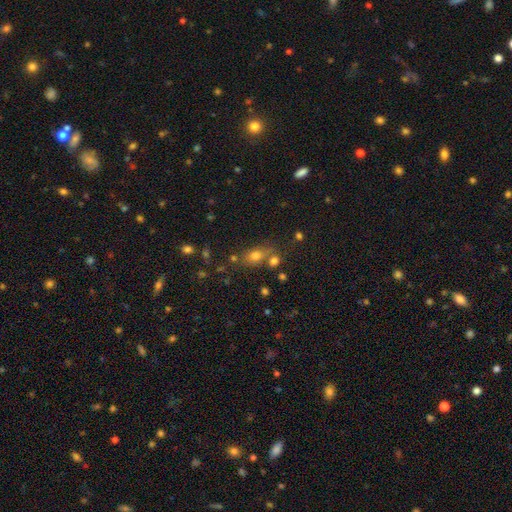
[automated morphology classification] smooth-or-featured: smooth: 67% | star or artifact: 20% | featured or disk: 13%
  how-rounded: in between: 60% | round: 35% | cigar-shaped: 6%
  merging: none: 59% | merger: 22% | minor disturbance: 14% | major disturbance: 6%